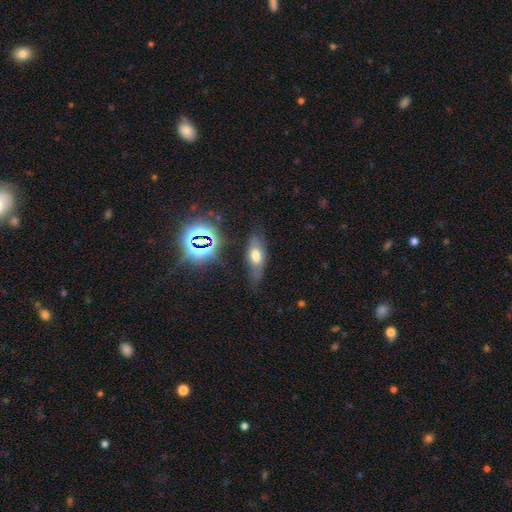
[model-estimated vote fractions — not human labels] Morphology: type=smooth (53%); roundness=in between (71%); merging=none (69%).